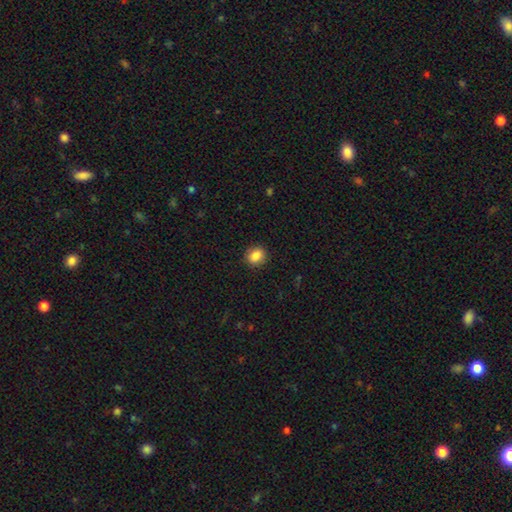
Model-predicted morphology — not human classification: Smooth or featured: smooth — 87% (star or artifact — 9%)
How rounded: round — 65% (in between — 34%)
Merging: none — 89% (minor disturbance — 8%)